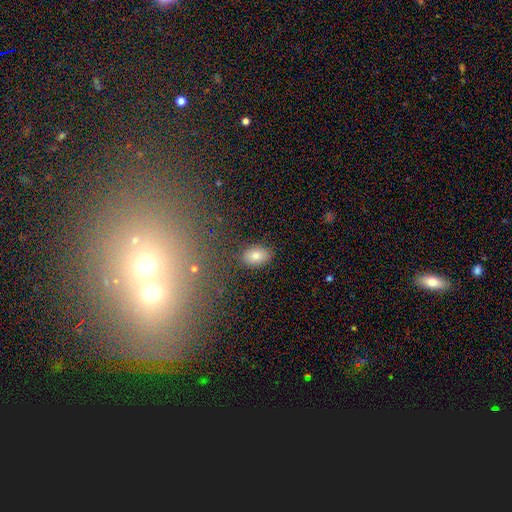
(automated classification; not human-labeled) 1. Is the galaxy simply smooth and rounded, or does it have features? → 77% smooth, 12% star or artifact, 11% featured or disk.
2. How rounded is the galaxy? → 80% in between, 19% round, 1% cigar-shaped.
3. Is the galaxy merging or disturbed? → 85% none, 10% minor disturbance, 3% major disturbance, 2% merger.